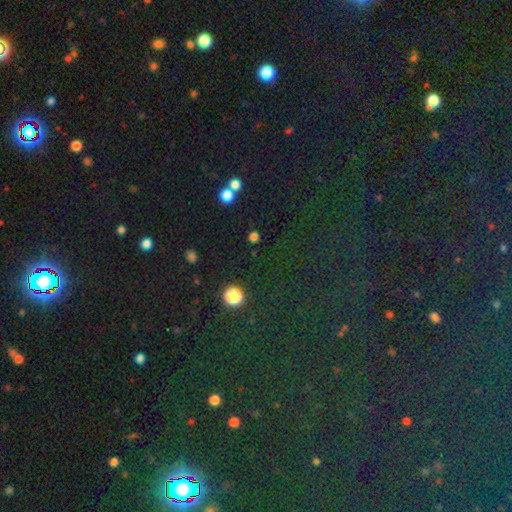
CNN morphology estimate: Q: Smooth or featured?
A: star or artifact (82%); runner-up: smooth (11%)